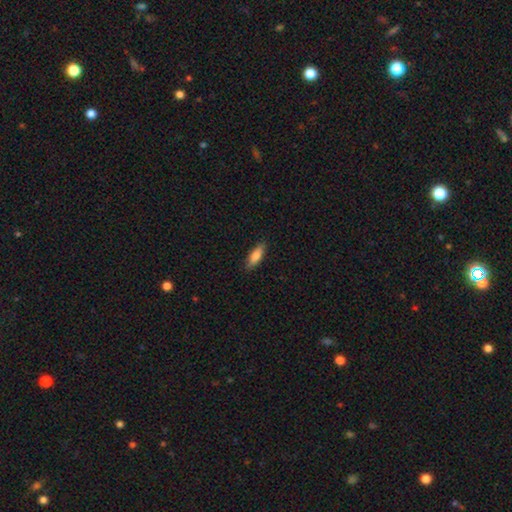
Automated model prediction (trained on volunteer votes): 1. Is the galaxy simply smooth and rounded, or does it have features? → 81% smooth, 13% featured or disk, 6% star or artifact.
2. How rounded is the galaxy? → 59% in between, 39% cigar-shaped, 2% round.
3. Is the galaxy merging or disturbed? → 87% none, 10% minor disturbance, 2% major disturbance, 1% merger.